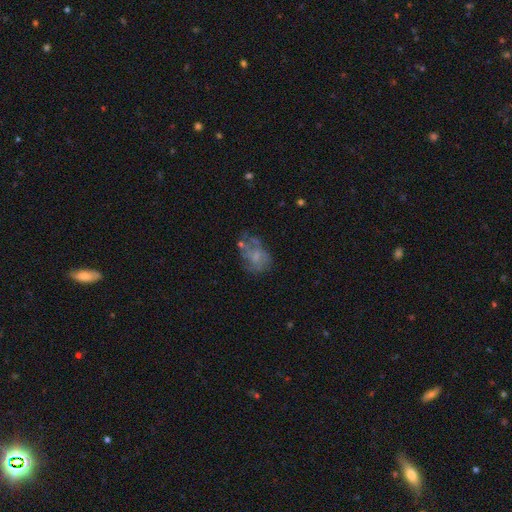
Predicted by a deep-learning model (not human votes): Overall: featured or disk (51%; smooth 36%). Edge-on disk: no (98%). Bar: no (79%). Spiral arms: no (67%; yes 33%). Bulge size: none (40%; small 38%). Merging: none (41%; major disturbance 27%).